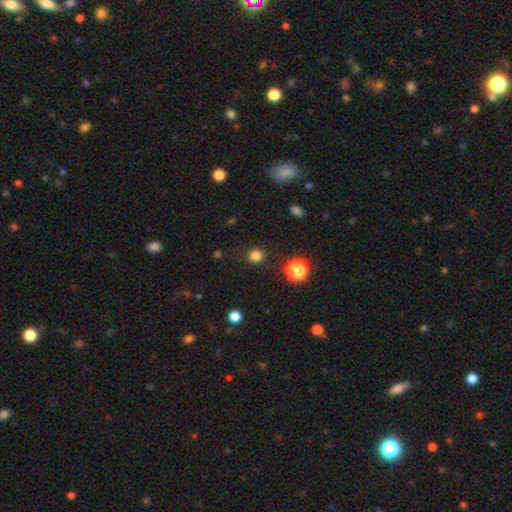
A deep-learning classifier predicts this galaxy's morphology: A smooth galaxy with no disk features (81%) that is round (88%).

Vote fractions:
- Smooth or featured? smooth: 81% / star or artifact: 15% / featured or disk: 4%
- How rounded? round: 88% / in between: 11% / cigar-shaped: 1%
- Merging? none: 88% / minor disturbance: 7% / major disturbance: 3% / merger: 1%